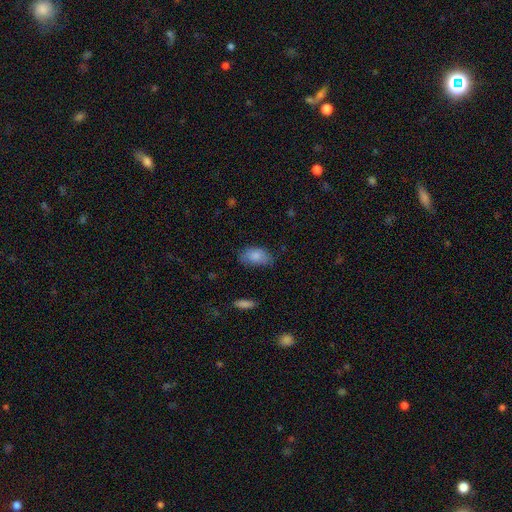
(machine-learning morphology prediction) The model was most divided on "merging": none: 64%, minor disturbance: 28%, major disturbance: 7%, merger: 2%. More confident: how rounded — in between (91%); smooth or featured — smooth (83%).